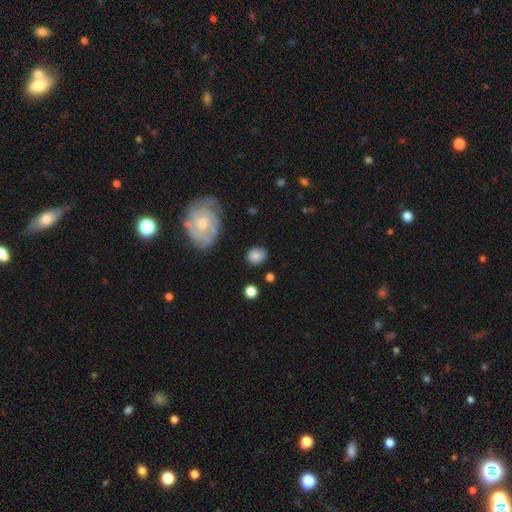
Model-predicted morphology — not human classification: A smooth galaxy with no disk features (81%) that is round (58%).

Vote fractions:
- Smooth or featured? smooth: 81% / featured or disk: 11% / star or artifact: 8%
- How rounded? round: 58% / in between: 41% / cigar-shaped: 1%
- Merging? none: 78% / minor disturbance: 14% / major disturbance: 5% / merger: 3%